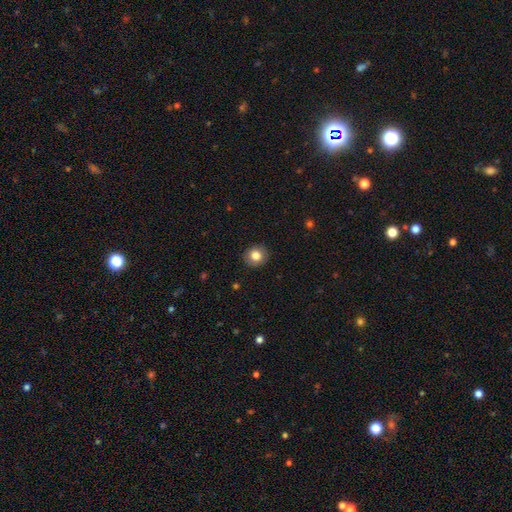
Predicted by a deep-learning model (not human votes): Q: Smooth or featured?
A: smooth (83%); runner-up: star or artifact (9%)
Q: How rounded?
A: round (86%); runner-up: in between (13%)
Q: Merging?
A: none (91%); runner-up: minor disturbance (6%)